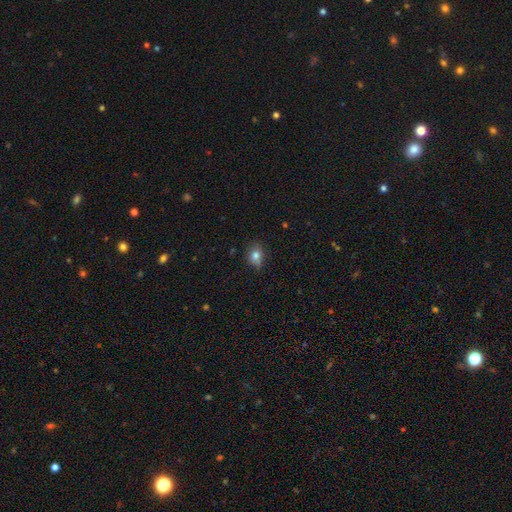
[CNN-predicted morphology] Q: Smooth or featured?
A: smooth (80%); runner-up: star or artifact (11%)
Q: How rounded?
A: round (51%); runner-up: in between (48%)
Q: Merging?
A: none (67%); runner-up: minor disturbance (26%)